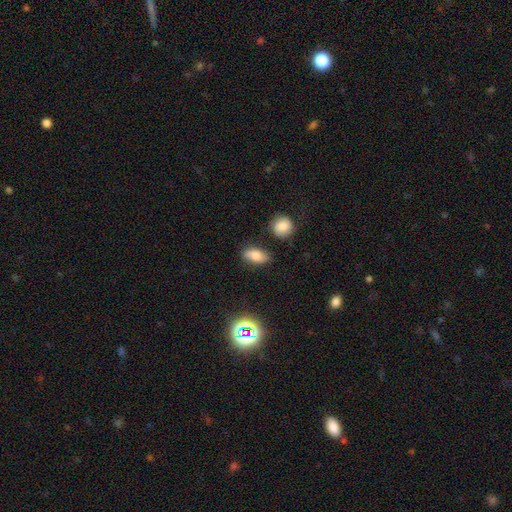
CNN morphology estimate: The model was most divided on "smooth or featured": smooth: 75%, featured or disk: 14%, star or artifact: 11%. More confident: how rounded — in between (86%); merging — none (79%).